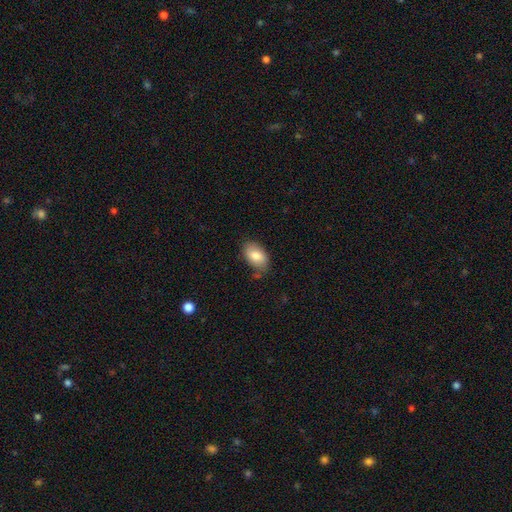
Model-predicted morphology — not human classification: smooth_or_featured: smooth (p=0.81) [alt: featured or disk p=0.12]
how_rounded: in between (p=0.91) [alt: round p=0.08]
merging: none (p=0.74) [alt: minor disturbance p=0.20]